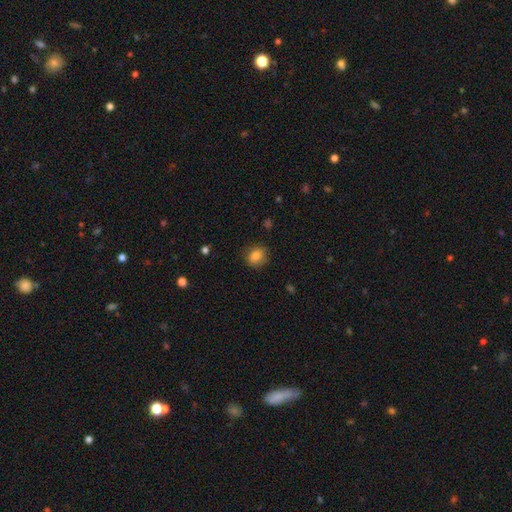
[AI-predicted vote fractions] Smooth or featured? smooth (83%)
How rounded? round (76%)
Merging? none (86%)